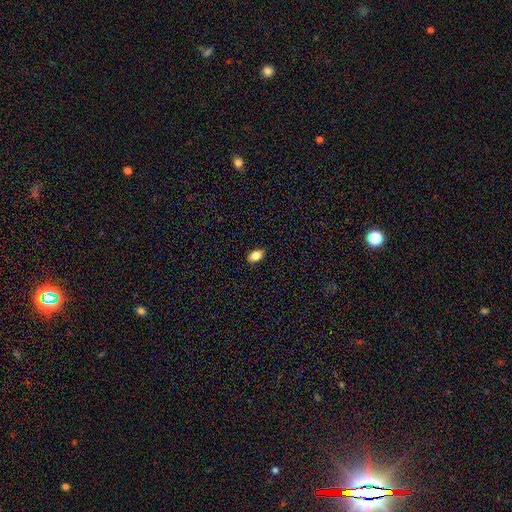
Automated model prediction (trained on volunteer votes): smooth_or_featured: smooth (p=0.82) [alt: featured or disk p=0.09]
how_rounded: in between (p=0.86) [alt: round p=0.11]
merging: none (p=0.86) [alt: minor disturbance p=0.11]